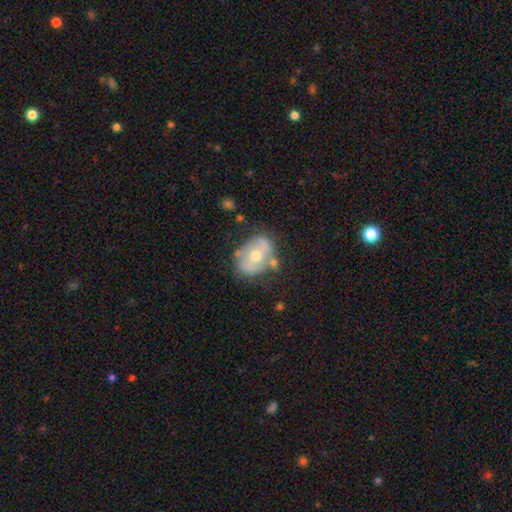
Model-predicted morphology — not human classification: smooth-or-featured: featured or disk: 55% | smooth: 37% | star or artifact: 8%
  disk-edge-on: no: 94% | yes: 6%
    bar: no: 62% | weak: 24% | strong: 13%
    has-spiral-arms: no: 60% | yes: 40%
    bulge-size: moderate: 70% | small: 25% | large: 3% | none: 1% | dominant: 1%
  merging: none: 63% | minor disturbance: 22% | merger: 8% | major disturbance: 7%